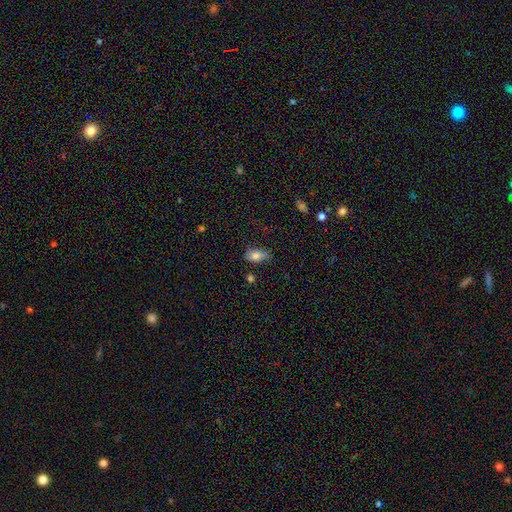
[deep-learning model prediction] This is clearly a smooth galaxy (82%). How rounded: clearly in between (90%). Merging: likely none (69%).